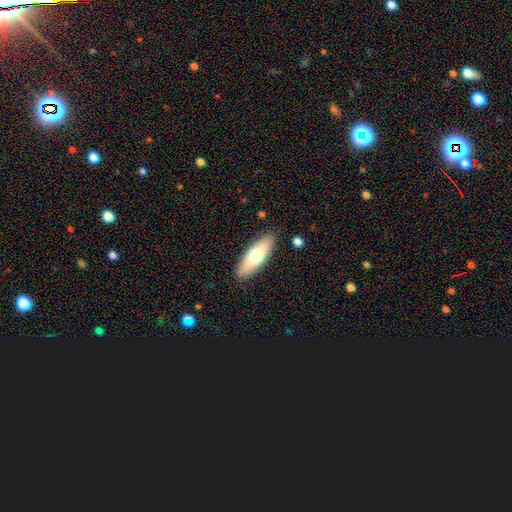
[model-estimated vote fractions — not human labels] Smooth or featured?
  - smooth: 66% *
  - featured or disk: 28%
  - star or artifact: 6%
How rounded?
  - in between: 56% *
  - cigar-shaped: 42%
  - round: 2%
Merging?
  - none: 88% *
  - minor disturbance: 9%
  - major disturbance: 2%
  - merger: 1%